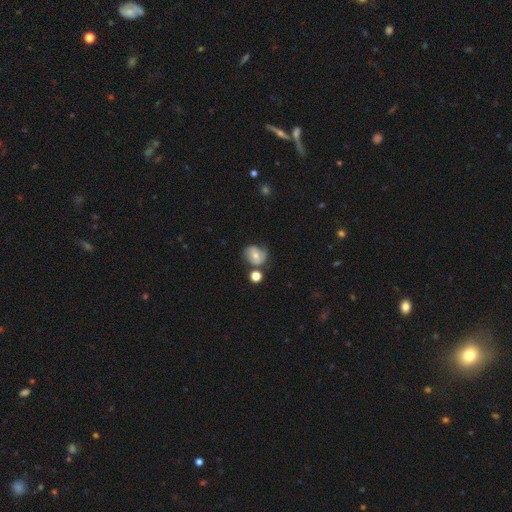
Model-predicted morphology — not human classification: Smooth or featured? smooth (48%)
Merging? none (56%)